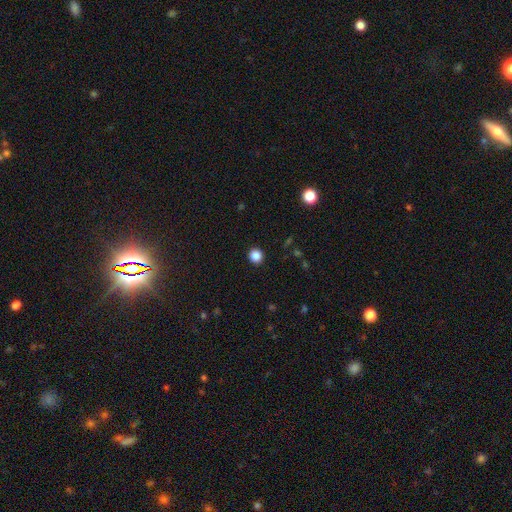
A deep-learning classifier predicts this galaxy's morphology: Smooth or featured? smooth (86%)
How rounded? round (92%)
Merging? none (92%)